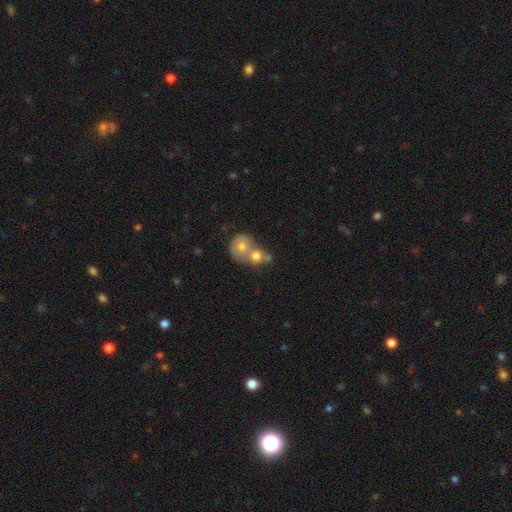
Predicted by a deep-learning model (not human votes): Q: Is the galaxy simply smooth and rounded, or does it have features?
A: smooth — 48%.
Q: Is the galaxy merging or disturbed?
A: merger — 54%.